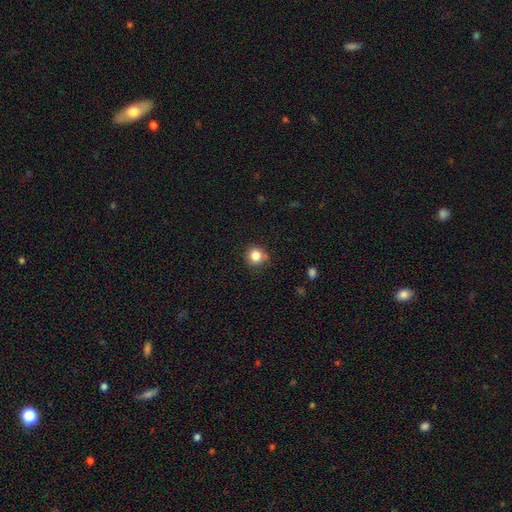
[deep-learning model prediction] Q: Smooth or featured?
A: smooth (84%); runner-up: star or artifact (11%)
Q: How rounded?
A: round (88%); runner-up: in between (11%)
Q: Merging?
A: none (80%); runner-up: minor disturbance (13%)